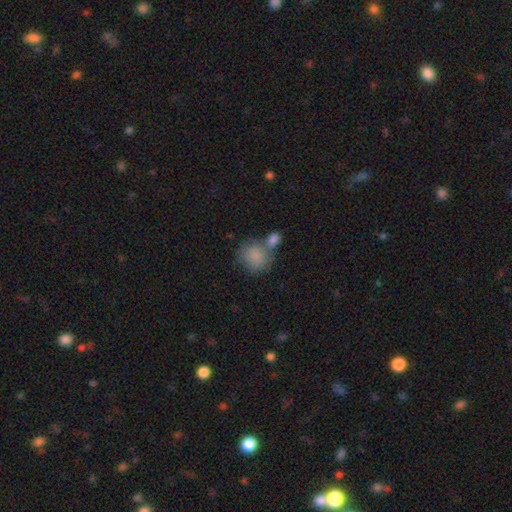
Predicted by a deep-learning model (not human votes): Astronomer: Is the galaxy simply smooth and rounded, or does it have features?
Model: smooth — 84%.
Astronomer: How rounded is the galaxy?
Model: round — 76%.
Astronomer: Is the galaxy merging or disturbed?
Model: none — 41% (runner-up: merger, 39%).